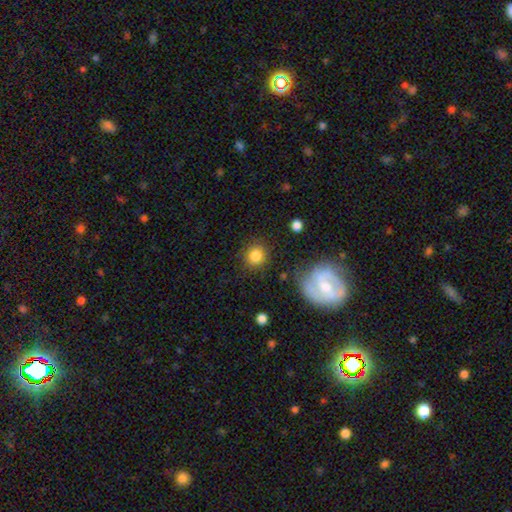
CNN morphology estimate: Overall: smooth (83%). How rounded: round (87%). Merging: none (83%).